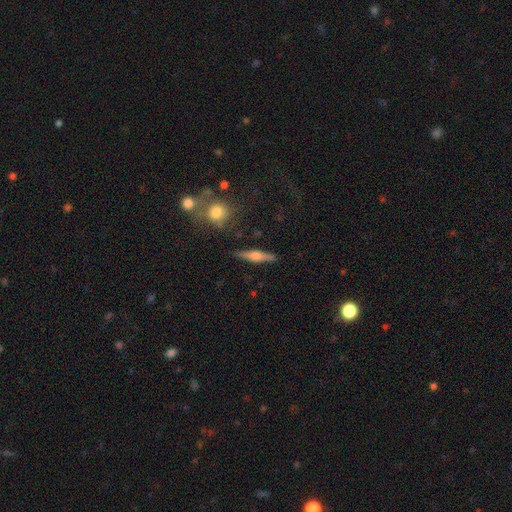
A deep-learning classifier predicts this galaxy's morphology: smooth-or-featured: featured or disk: 58% | smooth: 35% | star or artifact: 7%
  disk-edge-on: yes: 96% | no: 4%
    edge-on-bulge: rounded: 83% | boxy: 12% | none: 5%
  merging: none: 85% | minor disturbance: 10% | major disturbance: 2% | merger: 2%